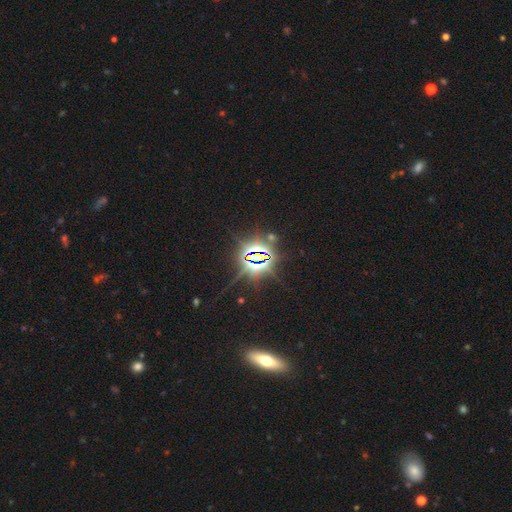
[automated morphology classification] A star or artifact, not a galaxy (78%).

Vote fractions:
- Smooth or featured? star or artifact: 78% / smooth: 12% / featured or disk: 11%